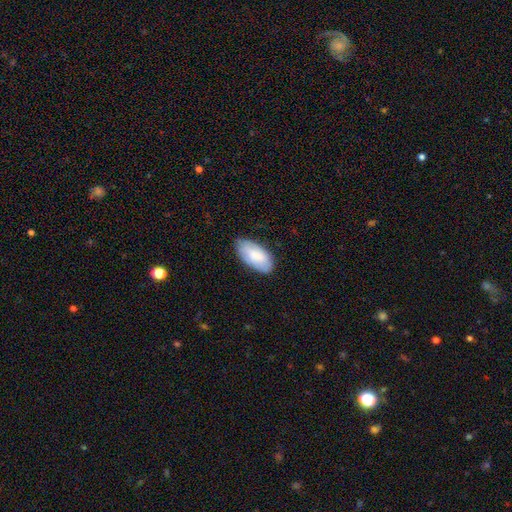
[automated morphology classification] type=smooth (79%); roundness=in between (95%); merging=none (78%).